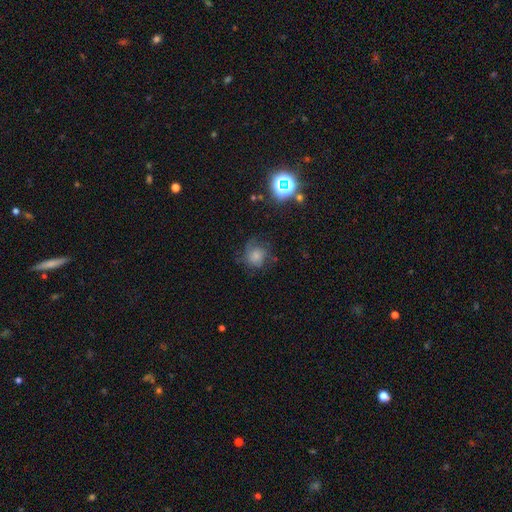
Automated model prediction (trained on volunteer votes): smooth-or-featured: smooth: 61% | featured or disk: 25% | star or artifact: 14%
  how-rounded: round: 82% | in between: 17% | cigar-shaped: 1%
  merging: none: 57% | minor disturbance: 25% | major disturbance: 16% | merger: 2%